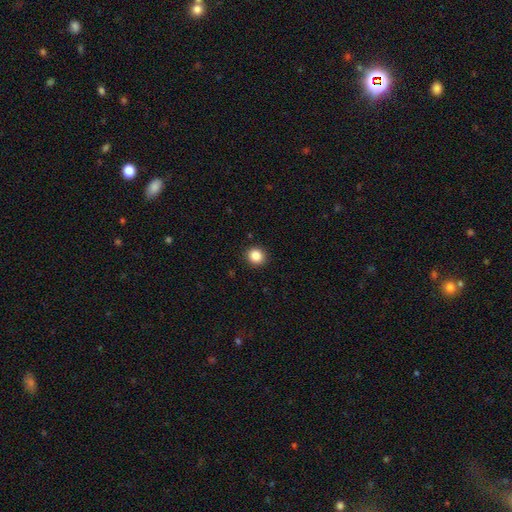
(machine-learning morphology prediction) Smooth or featured: smooth — 86% (star or artifact — 10%)
How rounded: round — 86% (in between — 14%)
Merging: none — 92% (minor disturbance — 5%)